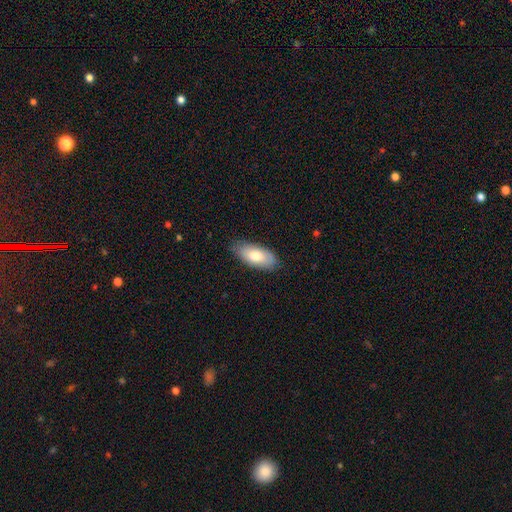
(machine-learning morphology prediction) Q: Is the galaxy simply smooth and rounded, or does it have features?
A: smooth — 72%.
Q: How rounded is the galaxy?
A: in between — 88%.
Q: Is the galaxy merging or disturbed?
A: none — 80%.